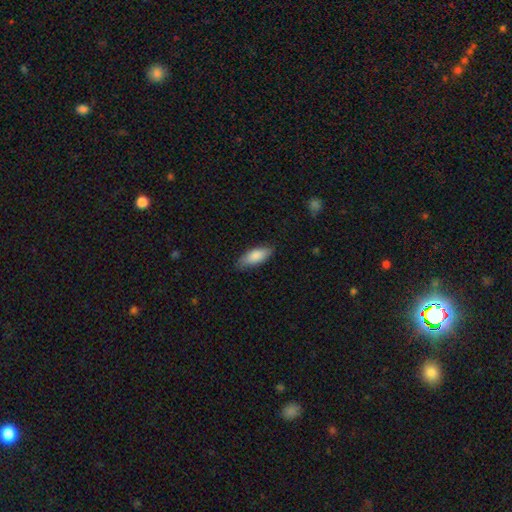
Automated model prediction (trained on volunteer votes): This appears to be a smooth galaxy with no disk features (85%) that is in between round and cigar-shaped (74%). Merging: none (82%).